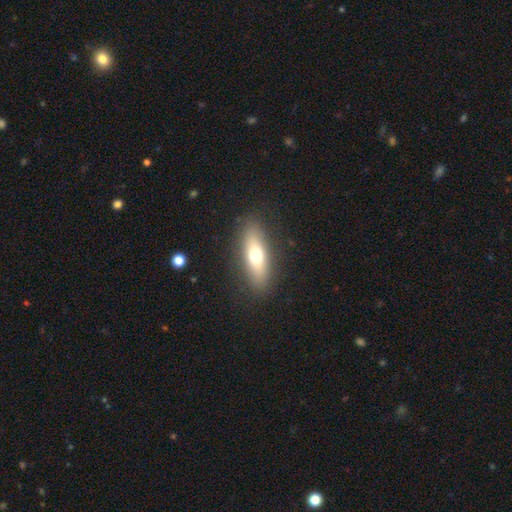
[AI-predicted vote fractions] Smooth or featured? smooth (64%)
How rounded? in between (54%)
Merging? none (87%)